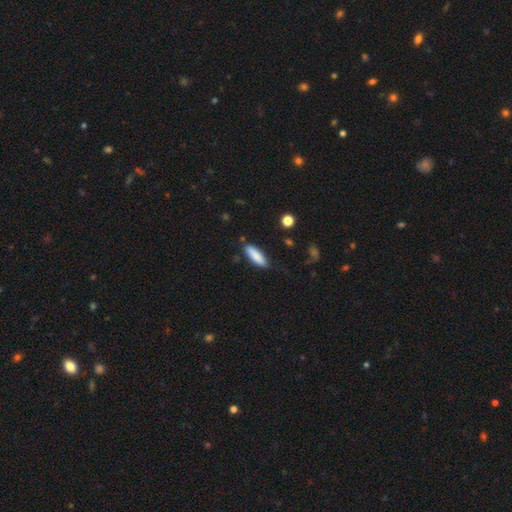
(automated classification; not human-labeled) smooth 85%, featured or disk 9%, star or artifact 6%. Down the decision tree: how rounded — in between (50%); merging — none (78%).